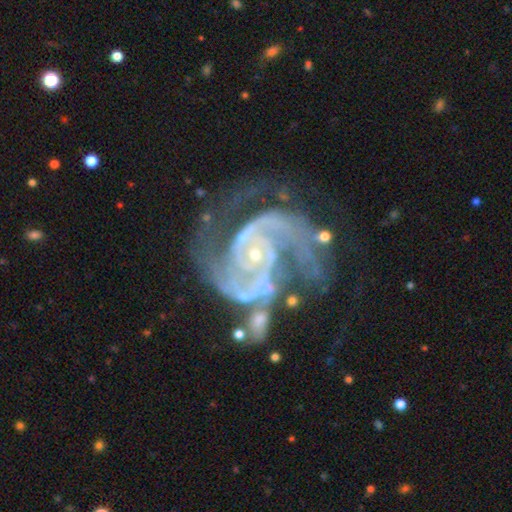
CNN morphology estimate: Smooth or featured? featured or disk (93%)
Edge-on disk? no (98%)
Bar? no (61%)
Spiral arms? yes (99%)
Spiral winding? medium (47%)
Spiral arm count? 2 (67%)
Bulge size? small (83%)
Merging? none (46%)